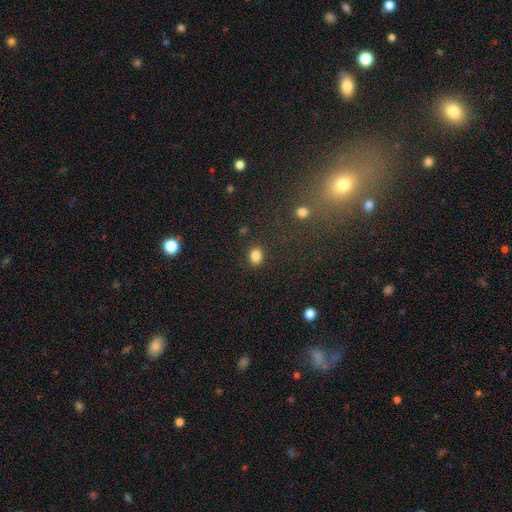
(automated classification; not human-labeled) This appears to be a smooth galaxy with no disk features (84%) that is in between round and cigar-shaped (50%). Merging: none (87%).